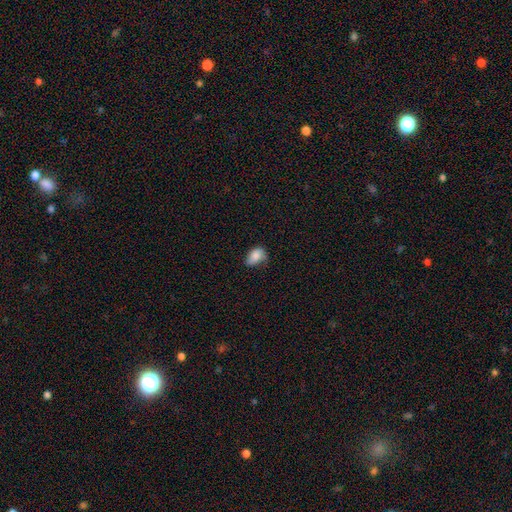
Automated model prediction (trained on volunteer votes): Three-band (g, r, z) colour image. It shows a smooth galaxy with no disk features (83%) that is in between round and cigar-shaped (85%). Merging: none (43%).